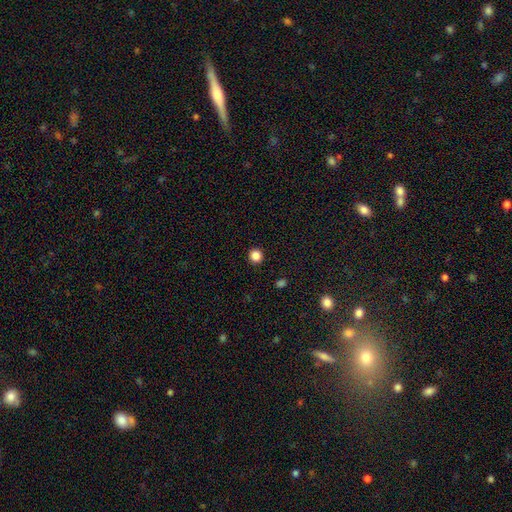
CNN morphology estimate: Overall: smooth (86%). How rounded: round (93%). Merging: none (93%).